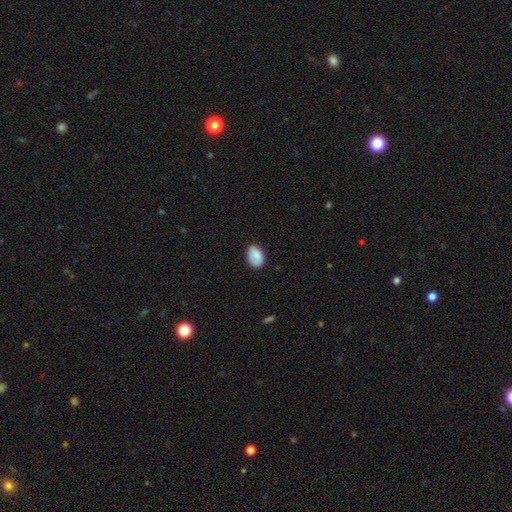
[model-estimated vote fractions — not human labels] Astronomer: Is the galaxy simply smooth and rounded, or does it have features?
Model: smooth — 85%.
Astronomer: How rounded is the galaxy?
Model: in between — 83%.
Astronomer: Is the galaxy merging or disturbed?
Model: none — 78%.